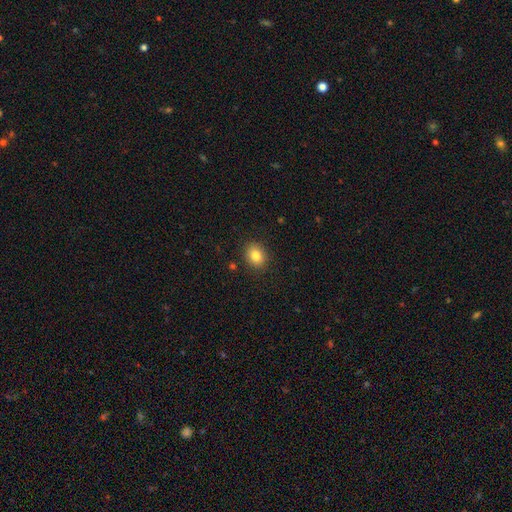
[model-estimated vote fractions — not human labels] This is clearly a smooth galaxy (83%). How rounded: possibly round (58%). Merging: clearly none (88%).